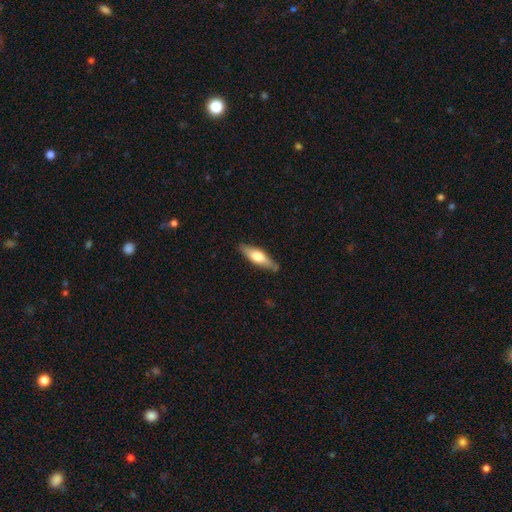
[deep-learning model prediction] This appears to be a smooth galaxy with no disk features (52%) that is cigar-shaped (54%). Merging: none (82%).